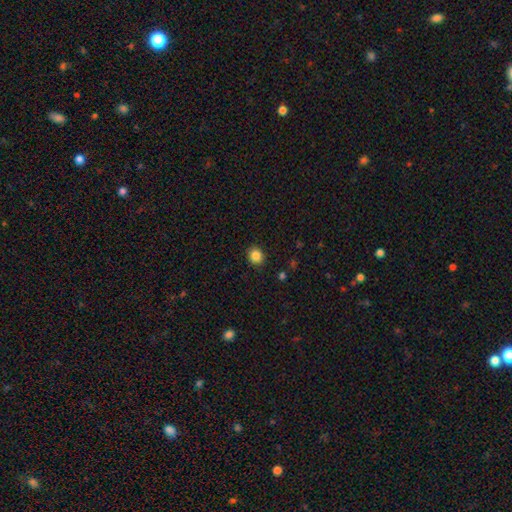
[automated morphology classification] Overall: smooth (85%). How rounded: round (81%). Merging: none (91%).